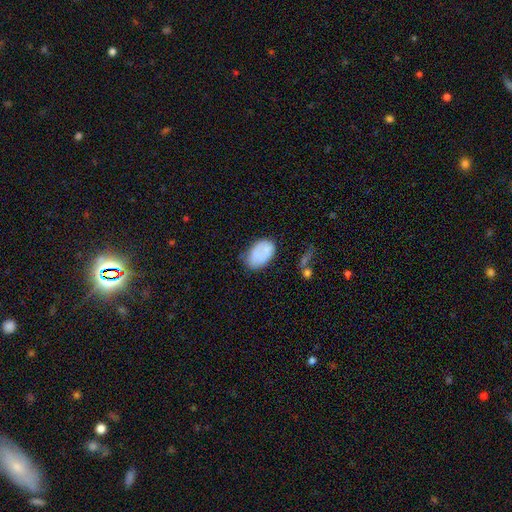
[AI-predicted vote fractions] The model was most divided on "merging": none: 57%, minor disturbance: 29%, major disturbance: 10%, merger: 5%. More confident: how rounded — in between (90%); smooth or featured — smooth (78%).